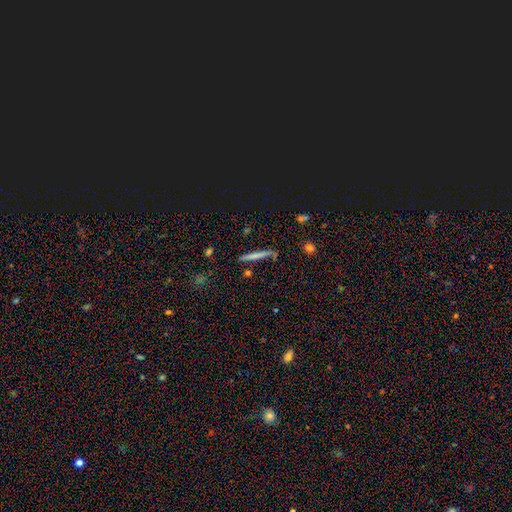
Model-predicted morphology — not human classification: Smooth or featured? Predicted: smooth (p=0.63). How rounded? Predicted: cigar-shaped (p=0.95). Merging? Predicted: none (p=0.80).